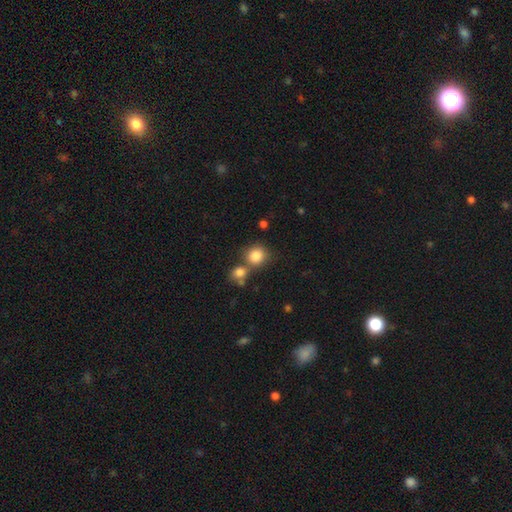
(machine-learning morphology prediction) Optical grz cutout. It shows a smooth galaxy with no disk features (84%) that is round (85%). Merging: none (57%).